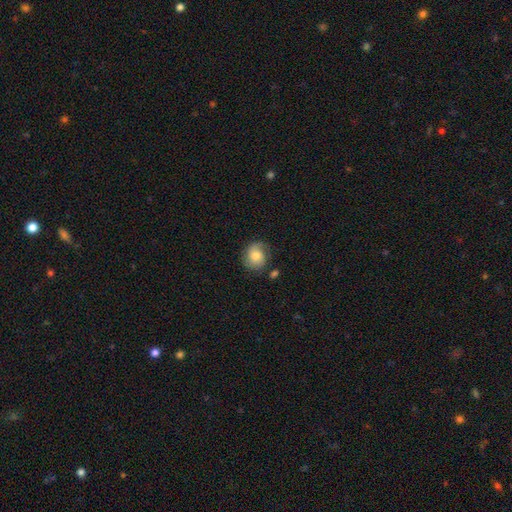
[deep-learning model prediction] Smooth or featured: smooth — 54% (featured or disk — 38%)
How rounded: round — 74% (in between — 25%)
Merging: none — 68% (minor disturbance — 21%)